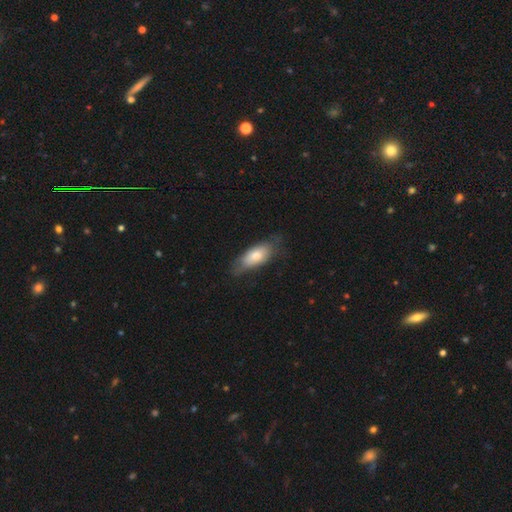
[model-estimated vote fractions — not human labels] Smooth or featured: smooth — 72% (featured or disk — 22%)
How rounded: in between — 81% (cigar-shaped — 16%)
Merging: none — 63% (minor disturbance — 28%)